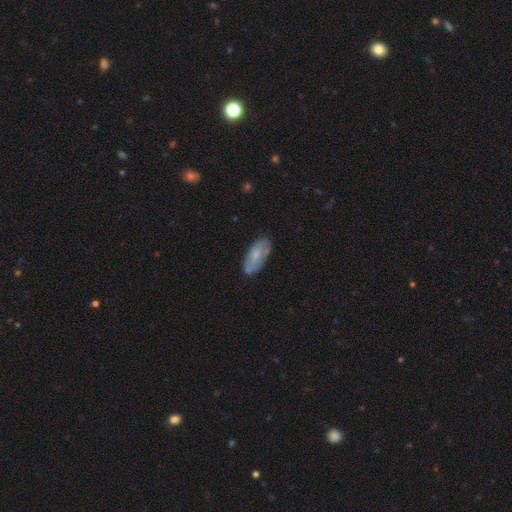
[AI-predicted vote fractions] smooth-or-featured: smooth: 62% | featured or disk: 32% | star or artifact: 7%
  how-rounded: in between: 82% | cigar-shaped: 16% | round: 2%
  merging: none: 70% | minor disturbance: 21% | major disturbance: 5% | merger: 4%